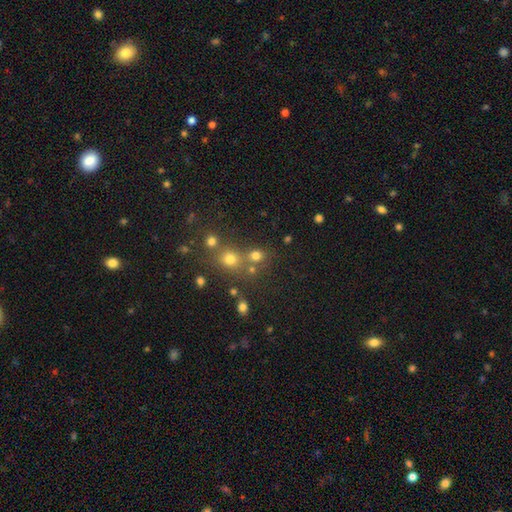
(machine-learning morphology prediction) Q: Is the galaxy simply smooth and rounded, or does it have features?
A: smooth — 72%.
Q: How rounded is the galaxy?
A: round — 77%.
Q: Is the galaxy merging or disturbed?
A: none — 58%.